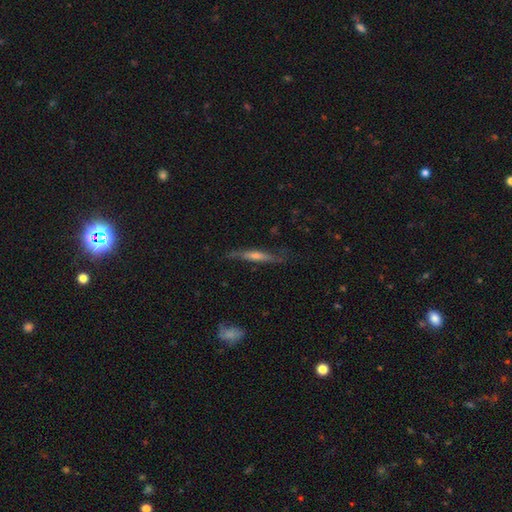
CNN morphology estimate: Smooth or featured? Predicted: featured or disk (p=0.62). Edge-on disk? Predicted: yes (p=0.85). Edge-on bulge? Predicted: rounded (p=0.52). Merging? Predicted: none (p=0.73).